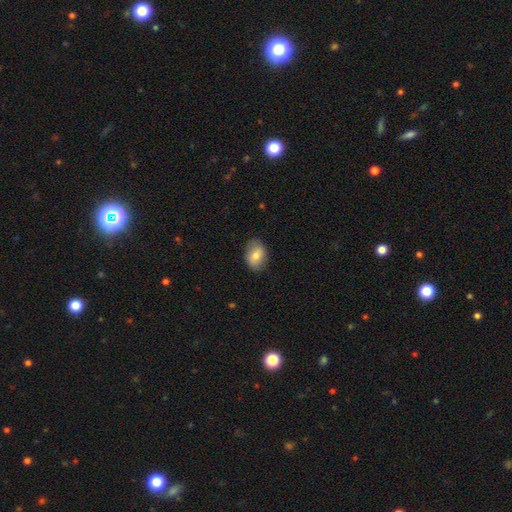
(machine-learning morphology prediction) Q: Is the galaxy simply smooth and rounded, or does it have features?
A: smooth — 74%.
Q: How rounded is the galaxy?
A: in between — 78%.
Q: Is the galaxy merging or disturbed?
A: none — 80%.